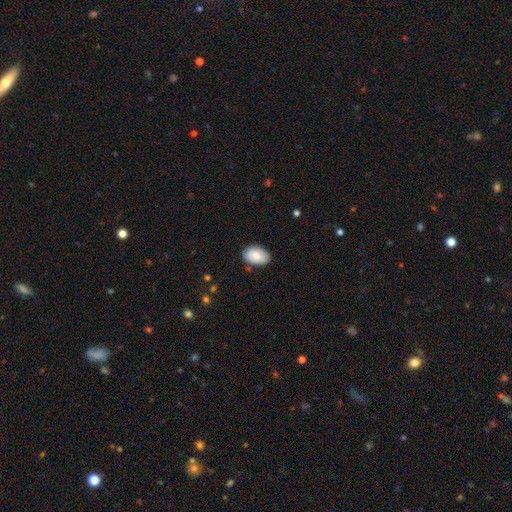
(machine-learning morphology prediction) Overall: smooth (85%). How rounded: in between (90%). Merging: none (82%).